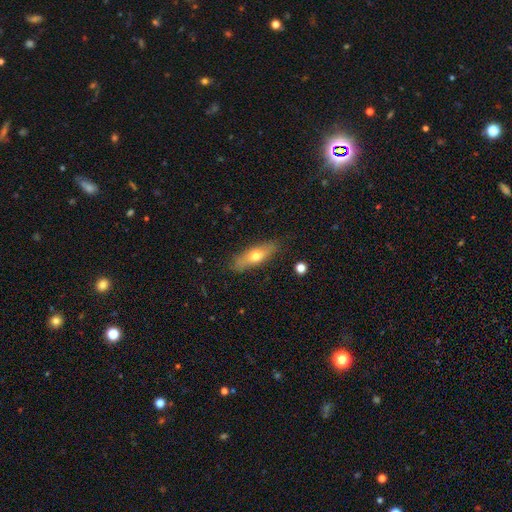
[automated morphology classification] smooth-or-featured: smooth: 58% | featured or disk: 35% | star or artifact: 7%
  how-rounded: in between: 49% | cigar-shaped: 48% | round: 3%
  merging: none: 82% | minor disturbance: 13% | major disturbance: 3% | merger: 2%